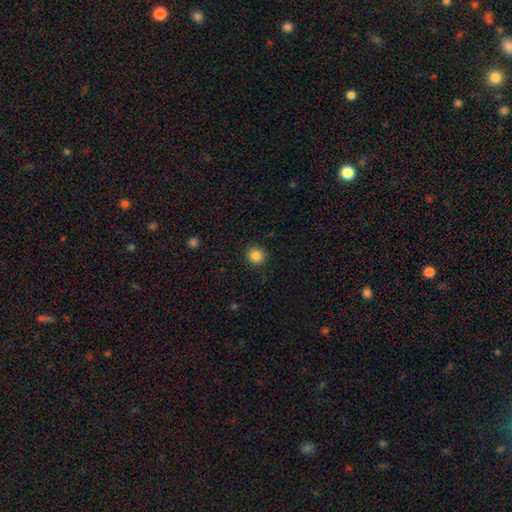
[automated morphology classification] smooth_or_featured: smooth (p=0.85) [alt: star or artifact p=0.11]
how_rounded: round (p=0.90) [alt: in between p=0.09]
merging: none (p=0.90) [alt: minor disturbance p=0.07]